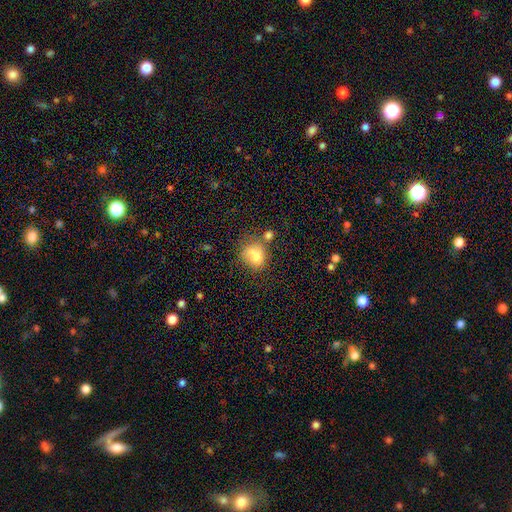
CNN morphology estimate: Overall: smooth (68%). How rounded: round (53%; in between 46%). Merging: none (42%; minor disturbance 24%).